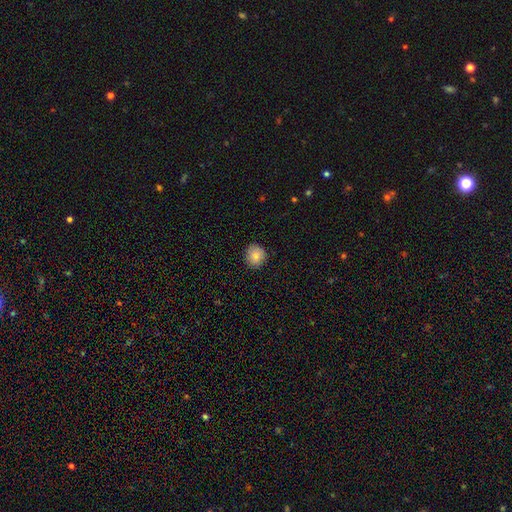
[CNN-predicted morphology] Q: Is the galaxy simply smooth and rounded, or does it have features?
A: smooth — 81%.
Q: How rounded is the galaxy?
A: round — 85%.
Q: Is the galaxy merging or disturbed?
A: none — 86%.